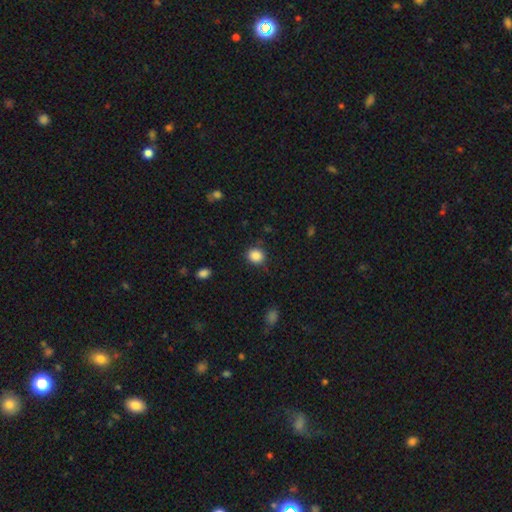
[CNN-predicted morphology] smooth_or_featured: smooth (p=0.88) [alt: star or artifact p=0.09]
how_rounded: round (p=0.80) [alt: in between p=0.20]
merging: none (p=0.86) [alt: minor disturbance p=0.10]